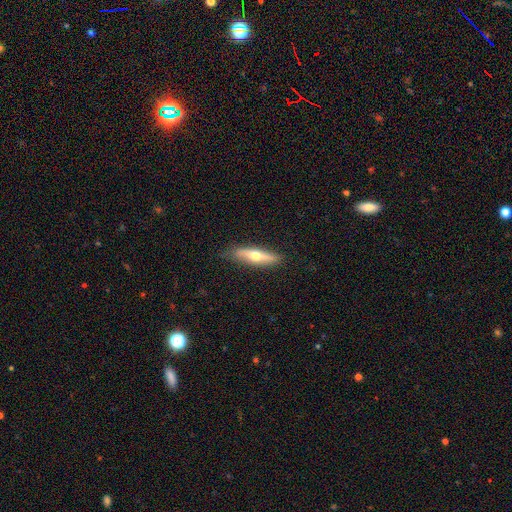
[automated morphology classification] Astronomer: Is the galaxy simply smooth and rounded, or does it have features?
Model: smooth — 47%, tied with featured or disk at 47%.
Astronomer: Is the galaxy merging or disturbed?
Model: none — 82%.